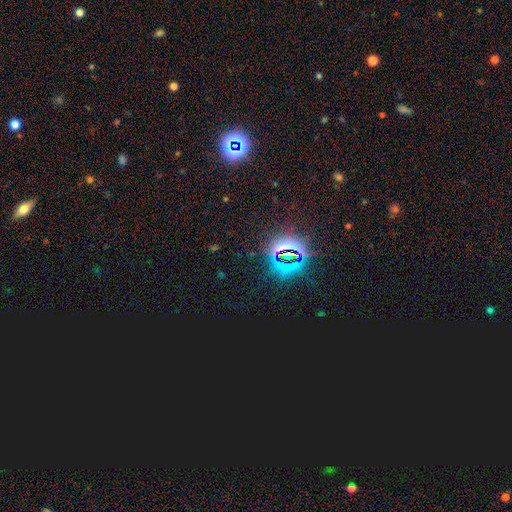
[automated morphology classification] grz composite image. It shows a star or artifact, not a galaxy (83%).